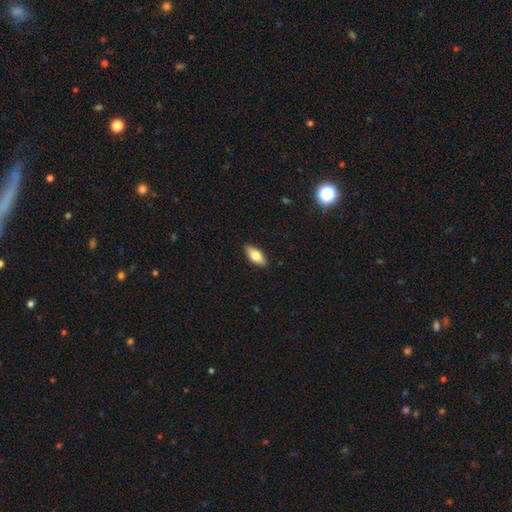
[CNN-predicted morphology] smooth 72%, featured or disk 21%, star or artifact 7%. Down the decision tree: how rounded — in between (86%); merging — none (89%).